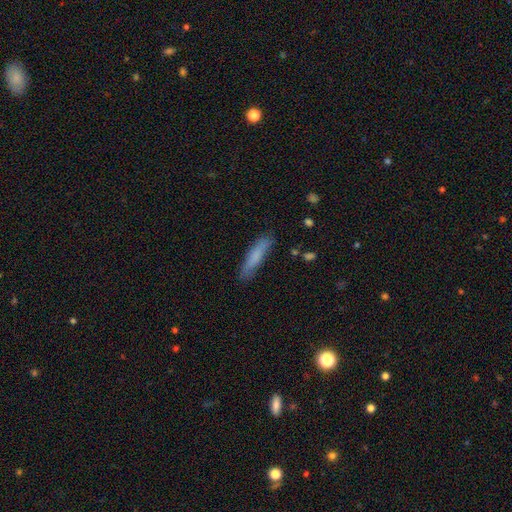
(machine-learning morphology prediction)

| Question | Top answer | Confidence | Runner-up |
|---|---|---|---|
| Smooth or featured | smooth | 74% | featured or disk (19%) |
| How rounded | cigar-shaped | 84% | in between (14%) |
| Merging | none | 82% | minor disturbance (14%) |